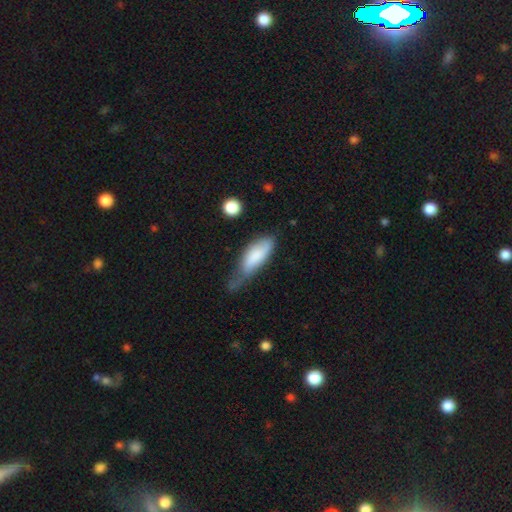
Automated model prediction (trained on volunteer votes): Overall: smooth (76%). How rounded: in between (70%). Merging: minor disturbance (43%; major disturbance 30%).